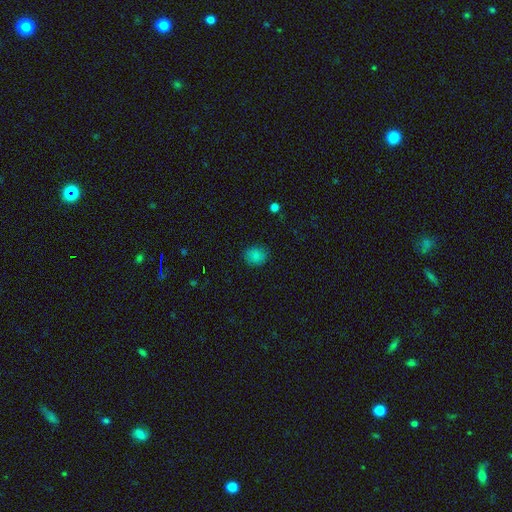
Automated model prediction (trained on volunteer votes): Smooth or featured? smooth (84%)
How rounded? round (69%)
Merging? none (87%)